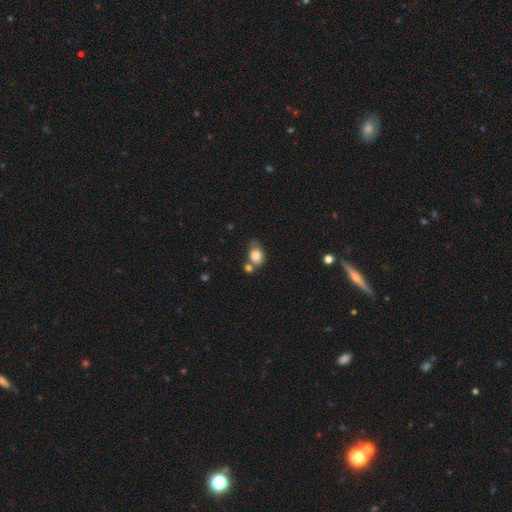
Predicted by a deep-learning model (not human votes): Overall: smooth (81%). How rounded: in between (67%; round 31%). Merging: none (45%; merger 27%).